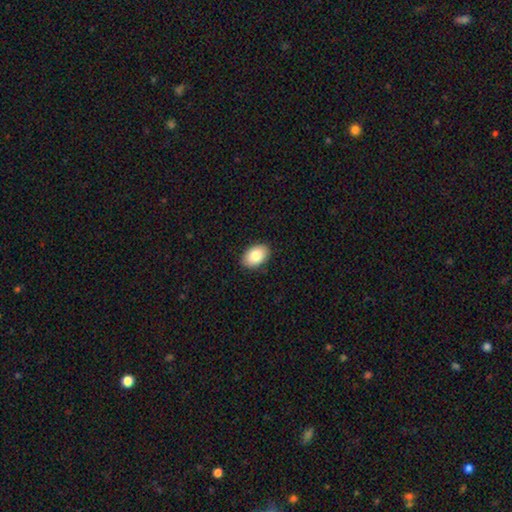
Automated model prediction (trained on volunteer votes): smooth 83%, featured or disk 10%, star or artifact 7%. Down the decision tree: how rounded — in between (87%); merging — none (89%).